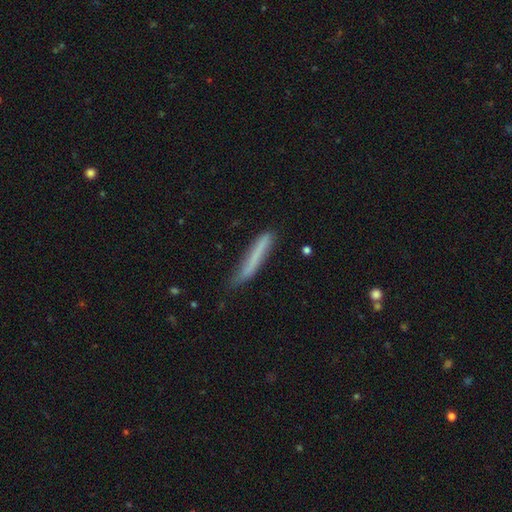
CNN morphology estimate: Smooth or featured? smooth (66%)
How rounded? cigar-shaped (95%)
Merging? none (72%)